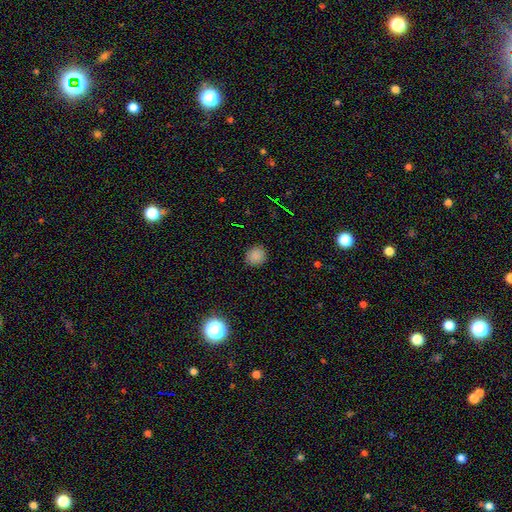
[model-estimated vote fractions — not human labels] smooth 83%, star or artifact 13%, featured or disk 4%. Down the decision tree: how rounded — round (78%); merging — none (89%).